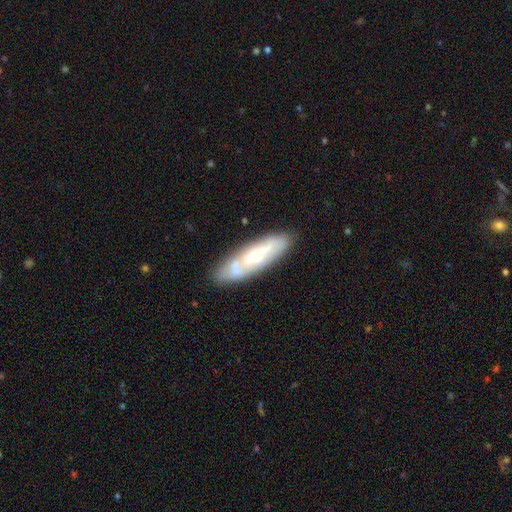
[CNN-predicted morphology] featured or disk 56%, smooth 38%, star or artifact 6%. Down the decision tree: edge-on disk — no (69%); merging — none (74%).